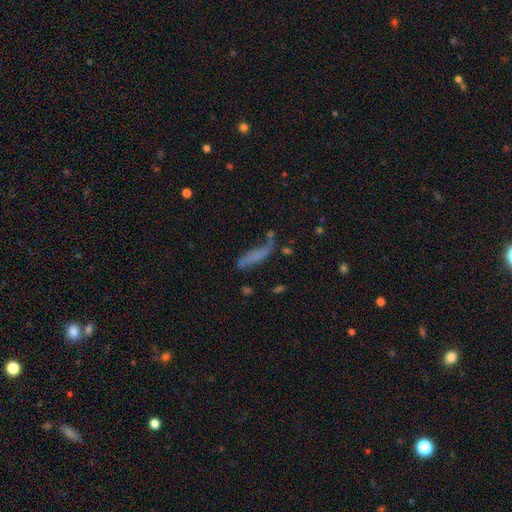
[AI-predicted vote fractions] Morphology: type=smooth (55%); roundness=cigar-shaped (66%); merging=none (39%).